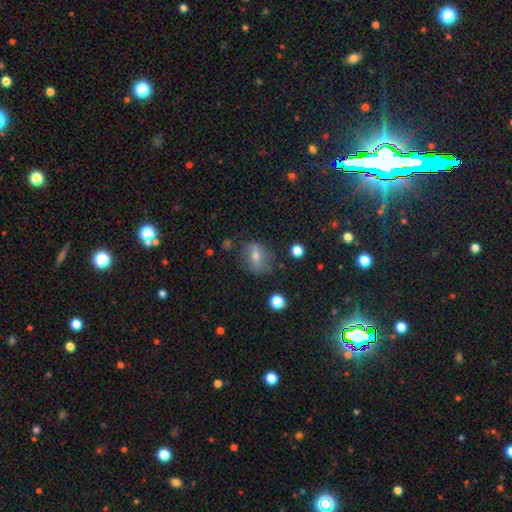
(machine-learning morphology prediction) A smooth galaxy with no disk features (56%) that is in between round and cigar-shaped (55%).

Vote fractions:
- Smooth or featured? smooth: 56% / featured or disk: 31% / star or artifact: 13%
- How rounded? in between: 55% / round: 43% / cigar-shaped: 3%
- Merging? none: 61% / minor disturbance: 24% / major disturbance: 12% / merger: 3%